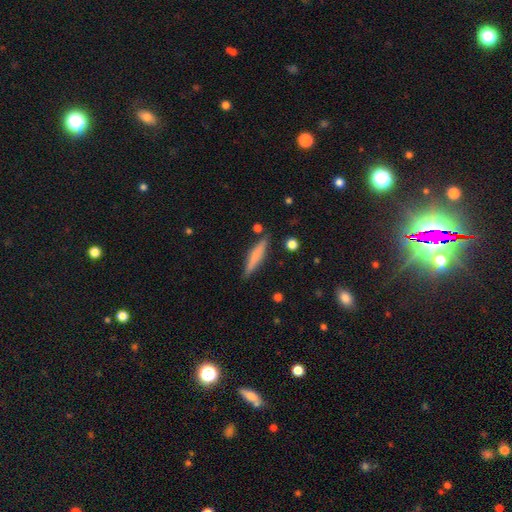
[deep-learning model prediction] Overall: smooth (65%; featured or disk 29%). How rounded: cigar-shaped (89%). Merging: none (85%).